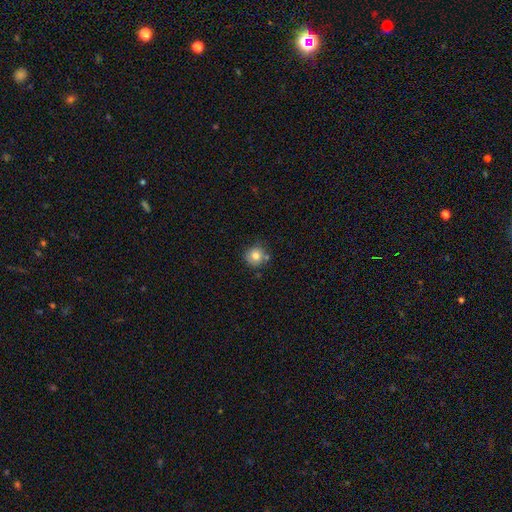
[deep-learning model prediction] smooth 80%, star or artifact 11%, featured or disk 10%. Down the decision tree: how rounded — round (92%); merging — none (74%).